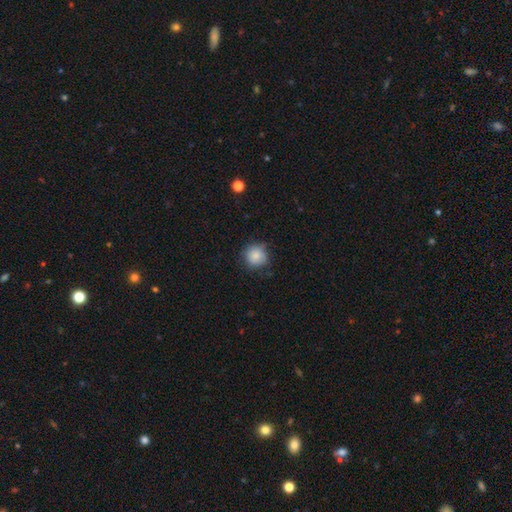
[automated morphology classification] This is clearly a smooth galaxy (84%). How rounded: clearly round (92%). Merging: likely none (74%).